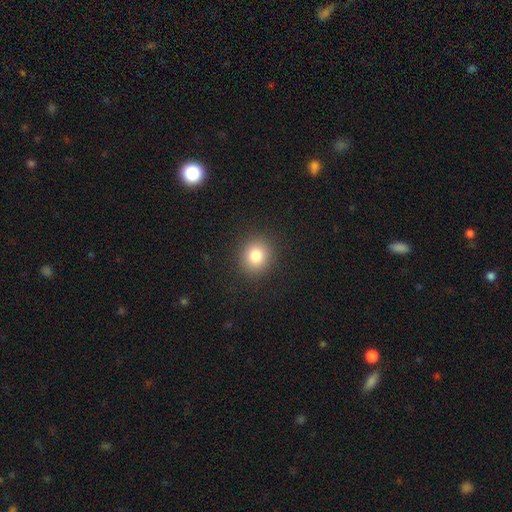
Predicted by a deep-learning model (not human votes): Smooth or featured?
  - smooth: 82% *
  - star or artifact: 11%
  - featured or disk: 7%
How rounded?
  - round: 83% *
  - in between: 16%
  - cigar-shaped: 1%
Merging?
  - none: 90% *
  - minor disturbance: 6%
  - major disturbance: 2%
  - merger: 1%